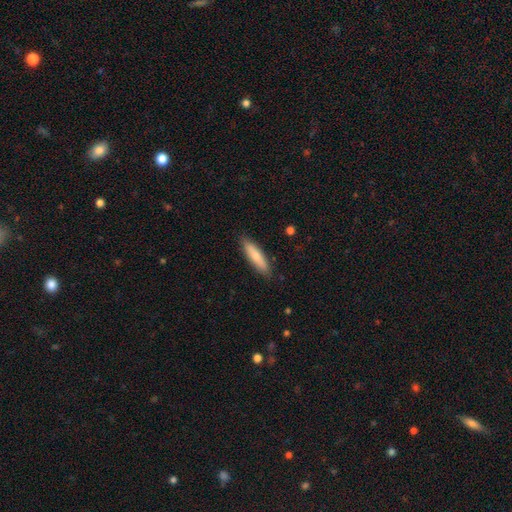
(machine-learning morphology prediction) type=smooth (78%); roundness=cigar-shaped (76%); merging=none (88%).